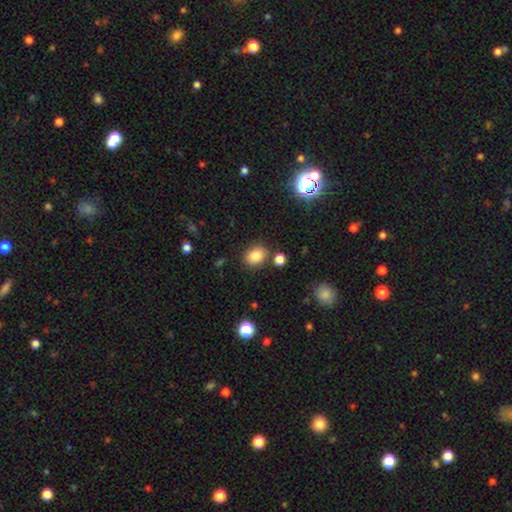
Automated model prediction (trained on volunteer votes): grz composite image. It shows a smooth galaxy with no disk features (84%) that is in between round and cigar-shaped (56%). Merging: none (79%).